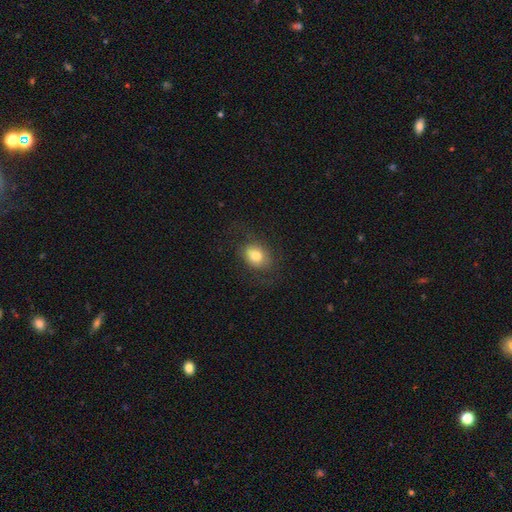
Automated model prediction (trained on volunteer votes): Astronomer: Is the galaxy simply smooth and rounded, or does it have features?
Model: smooth — 75%.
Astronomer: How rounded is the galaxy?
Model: in between — 57% (runner-up: round, 42%).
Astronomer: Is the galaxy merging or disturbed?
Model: none — 73%.